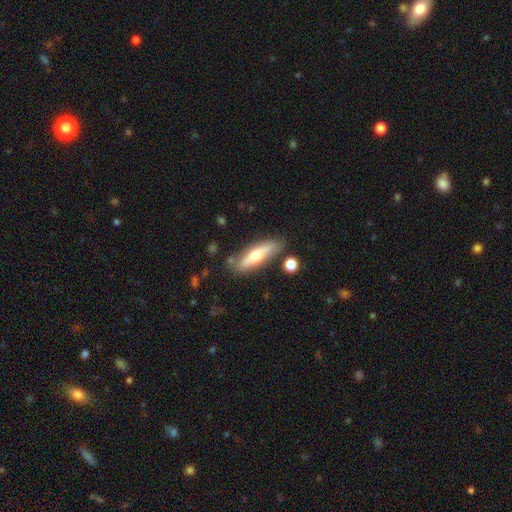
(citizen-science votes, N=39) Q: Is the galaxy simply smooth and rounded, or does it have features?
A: featured or disk — 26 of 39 (67%).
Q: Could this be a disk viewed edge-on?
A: yes — 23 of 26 (88%).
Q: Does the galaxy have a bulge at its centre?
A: rounded — 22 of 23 (96%).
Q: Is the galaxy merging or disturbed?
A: none — 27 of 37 (73%).